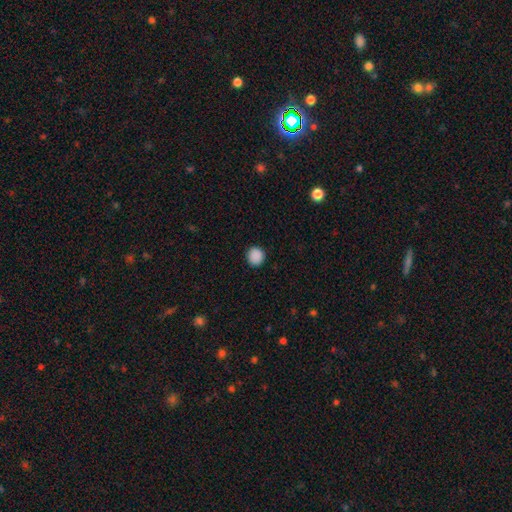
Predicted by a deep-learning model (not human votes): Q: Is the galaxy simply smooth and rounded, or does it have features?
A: smooth — 89%.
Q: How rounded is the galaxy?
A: round — 90%.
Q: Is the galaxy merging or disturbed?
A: none — 92%.